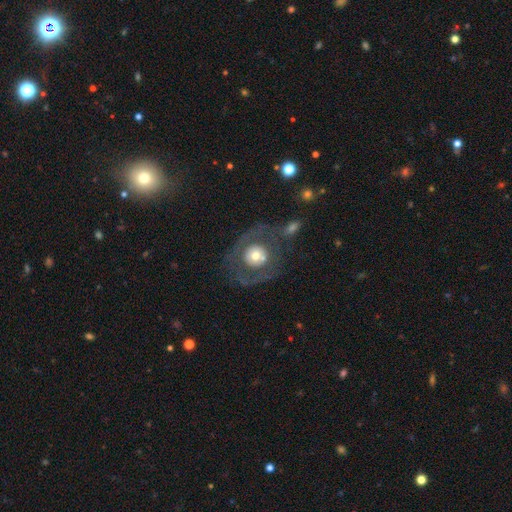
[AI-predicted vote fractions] A featured or disk galaxy (51%).

Vote fractions:
- Smooth or featured? featured or disk: 51% / smooth: 41% / star or artifact: 8%
- Edge-on disk? no: 95% / yes: 5%
- Merging? none: 52% / major disturbance: 20% / minor disturbance: 15% / merger: 13%